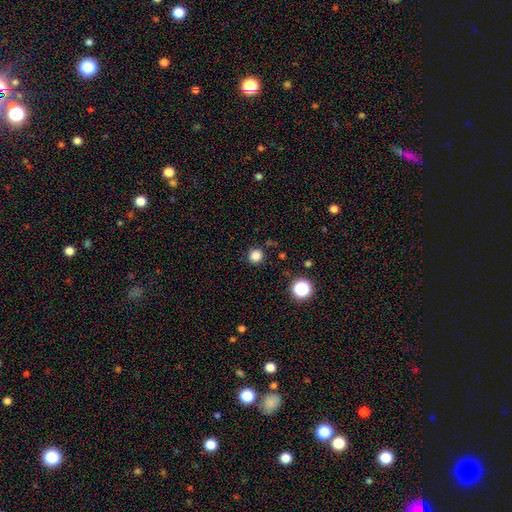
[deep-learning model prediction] Smooth or featured? Predicted: smooth (p=0.83). How rounded? Predicted: round (p=0.94). Merging? Predicted: none (p=0.90).